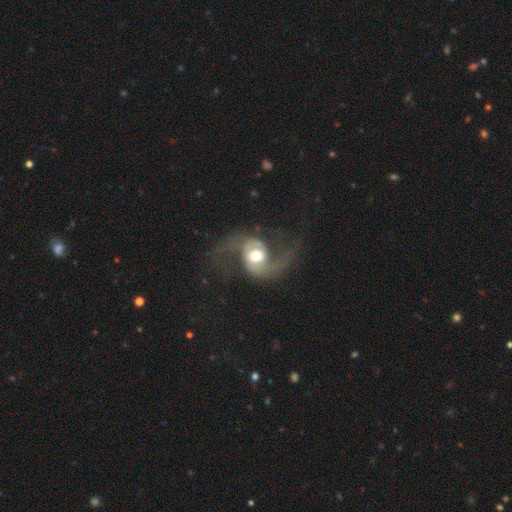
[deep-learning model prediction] Q: Smooth or featured?
A: featured or disk (86%); runner-up: smooth (9%)
Q: Edge-on disk?
A: no (97%); runner-up: yes (3%)
Q: Bar?
A: no (57%); runner-up: weak (30%)
Q: Spiral arms?
A: yes (95%); runner-up: no (5%)
Q: Spiral winding?
A: loose (59%); runner-up: medium (35%)
Q: Spiral arm count?
A: 2 (92%); runner-up: 1 (3%)
Q: Bulge size?
A: moderate (62%); runner-up: large (26%)
Q: Merging?
A: none (60%); runner-up: major disturbance (23%)